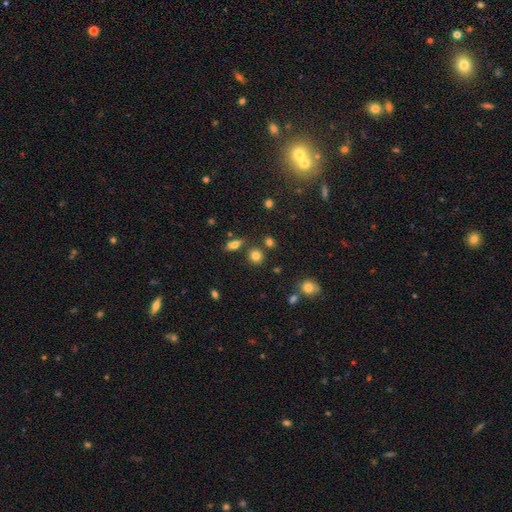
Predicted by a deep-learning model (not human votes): Q: Smooth or featured?
A: smooth (80%); runner-up: star or artifact (13%)
Q: How rounded?
A: round (82%); runner-up: in between (16%)
Q: Merging?
A: none (80%); runner-up: minor disturbance (9%)